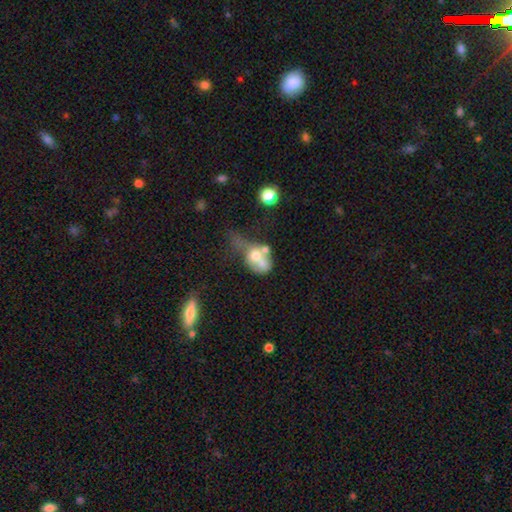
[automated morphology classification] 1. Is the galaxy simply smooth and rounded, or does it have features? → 56% smooth, 34% featured or disk, 11% star or artifact.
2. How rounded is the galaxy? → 52% round, 46% in between, 2% cigar-shaped.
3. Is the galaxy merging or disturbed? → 55% merger, 21% major disturbance, 13% none, 11% minor disturbance.